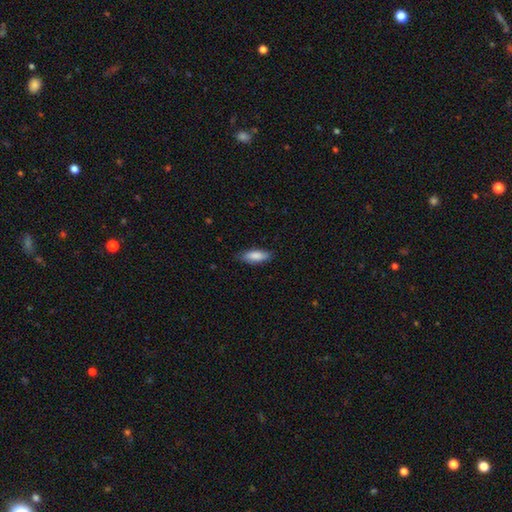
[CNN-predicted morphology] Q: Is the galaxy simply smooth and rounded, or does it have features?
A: smooth — 85%.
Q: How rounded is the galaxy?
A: in between — 67%.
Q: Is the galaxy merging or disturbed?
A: none — 82%.